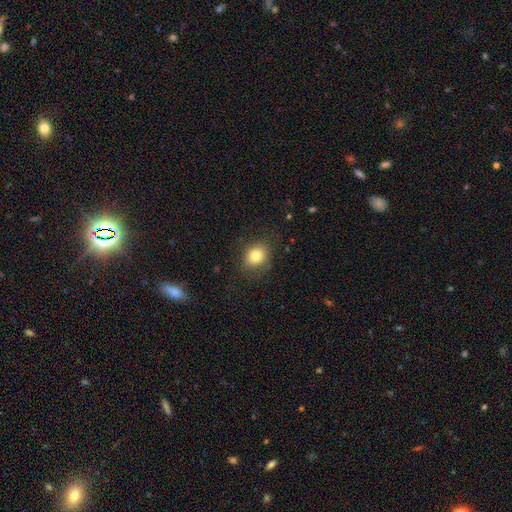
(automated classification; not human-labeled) smooth 80%, star or artifact 11%, featured or disk 9%. Down the decision tree: how rounded — round (58%); merging — none (82%).